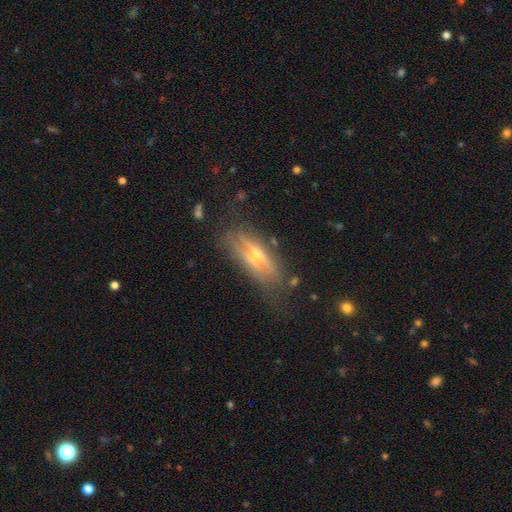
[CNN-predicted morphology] This appears to be a featured or disk galaxy (65%) viewed edge-on (80%) with a rounded central bulge (86%). Merging: none (66%).